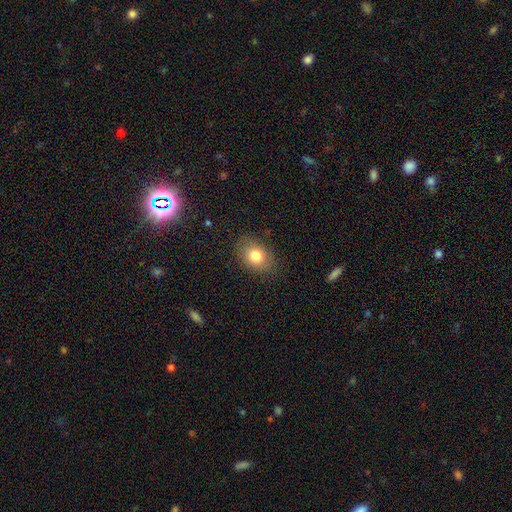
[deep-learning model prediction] A smooth galaxy with no disk features (80%) that is in between round and cigar-shaped (69%). Merging: none (83%).